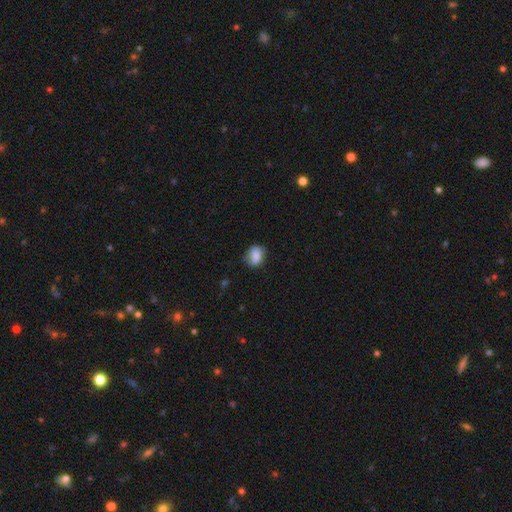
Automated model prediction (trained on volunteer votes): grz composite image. It shows a smooth galaxy with no disk features (80%) that is in between round and cigar-shaped (56%). Merging: none (67%).